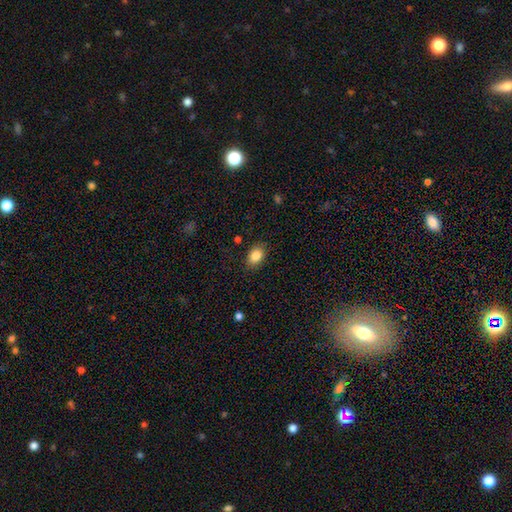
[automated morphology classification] This appears to be a smooth galaxy with no disk features (86%) that is in between round and cigar-shaped (79%). Merging: none (85%).